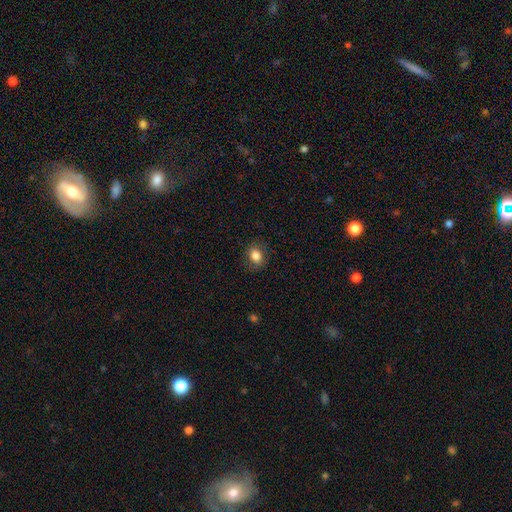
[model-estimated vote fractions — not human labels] This is clearly a smooth galaxy (84%). How rounded: possibly in between (60%). Merging: clearly none (81%).